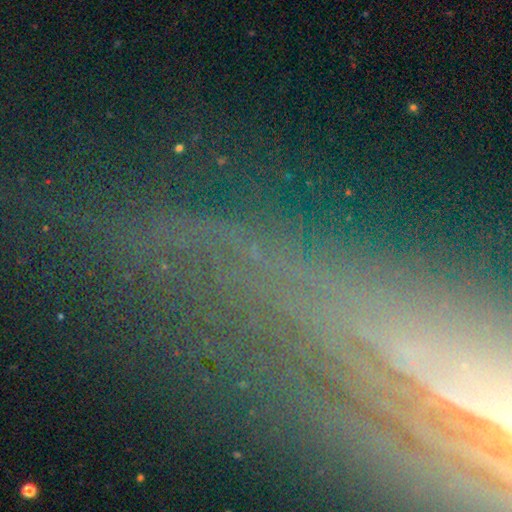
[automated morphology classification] Smooth or featured?
  - star or artifact: 51% *
  - featured or disk: 32%
  - smooth: 17%